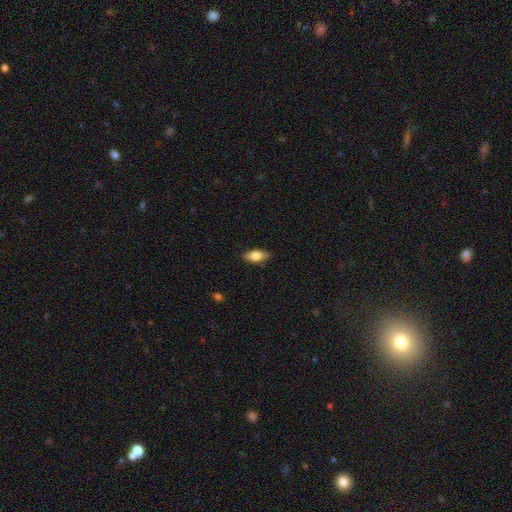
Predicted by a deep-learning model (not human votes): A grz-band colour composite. It shows a smooth galaxy with no disk features (71%) that is in between round and cigar-shaped (85%). Merging: none (85%).